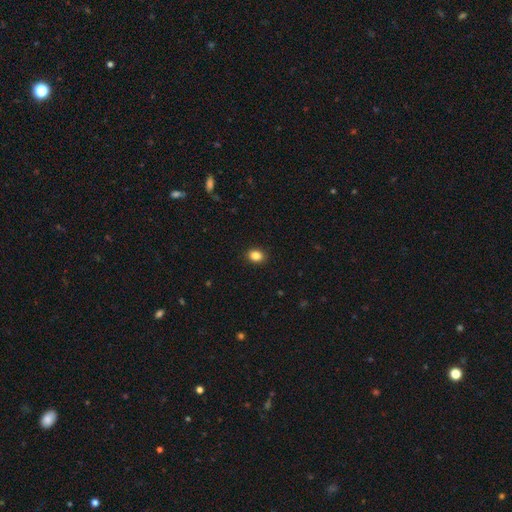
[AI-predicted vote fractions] smooth 86%, star or artifact 10%, featured or disk 4%. Down the decision tree: how rounded — in between (60%); merging — none (90%).